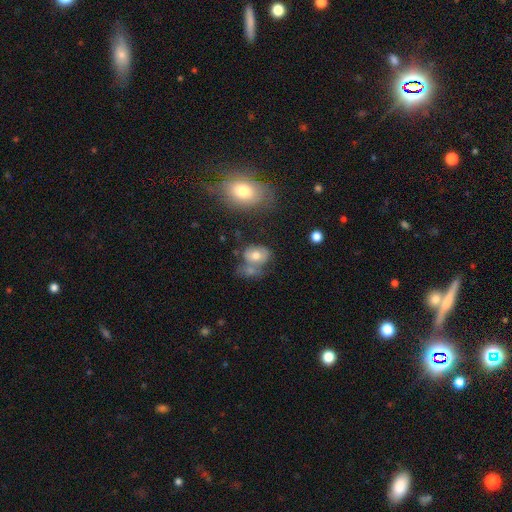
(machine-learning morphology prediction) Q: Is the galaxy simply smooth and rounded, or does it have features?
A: smooth — 65%.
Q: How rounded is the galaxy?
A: in between — 66%.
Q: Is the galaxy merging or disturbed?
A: none — 36%.